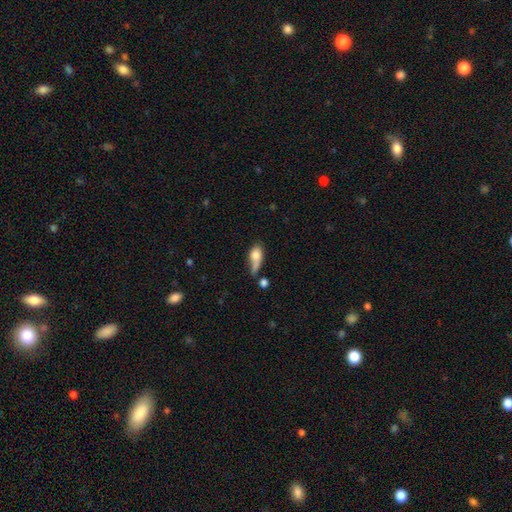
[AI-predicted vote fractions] A smooth galaxy with no disk features (73%) that is in between round and cigar-shaped (72%).

Vote fractions:
- Smooth or featured? smooth: 73% / featured or disk: 19% / star or artifact: 8%
- How rounded? in between: 72% / round: 14% / cigar-shaped: 14%
- Merging? none: 26% / merger: 25% / minor disturbance: 25% / major disturbance: 25%